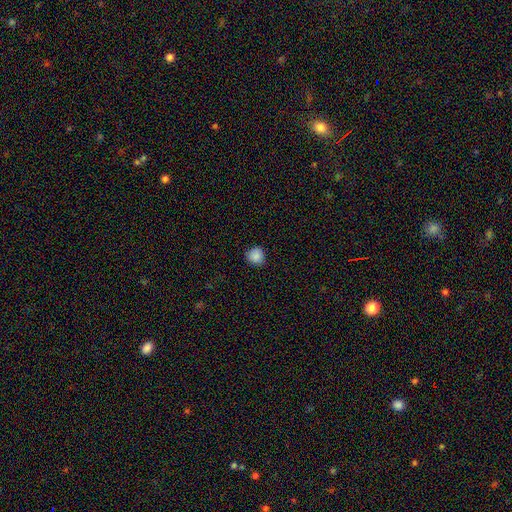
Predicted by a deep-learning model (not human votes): Morphology: type=smooth (87%); roundness=round (88%); merging=none (83%).